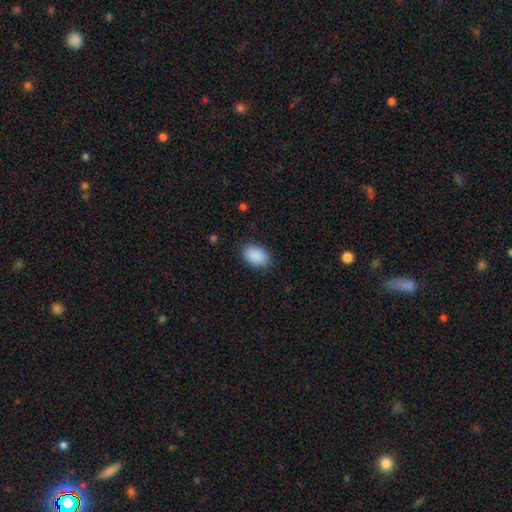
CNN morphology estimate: type=smooth (91%); roundness=in between (88%); merging=none (85%).